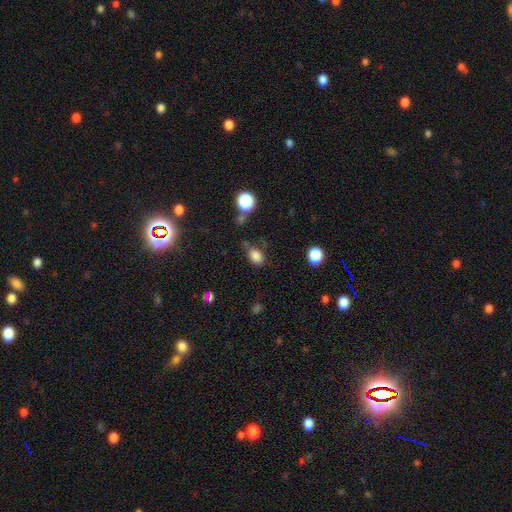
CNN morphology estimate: A smooth galaxy with no disk features (83%) that is in between round and cigar-shaped (76%). Merging: none (64%).